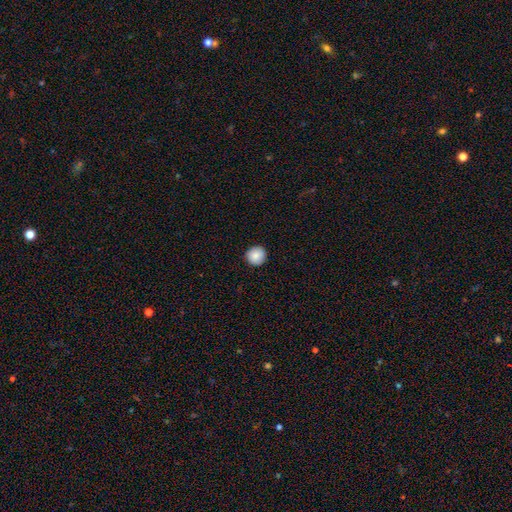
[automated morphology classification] Smooth or featured: smooth — 88% (star or artifact — 8%)
How rounded: round — 95% (in between — 4%)
Merging: none — 92% (minor disturbance — 6%)